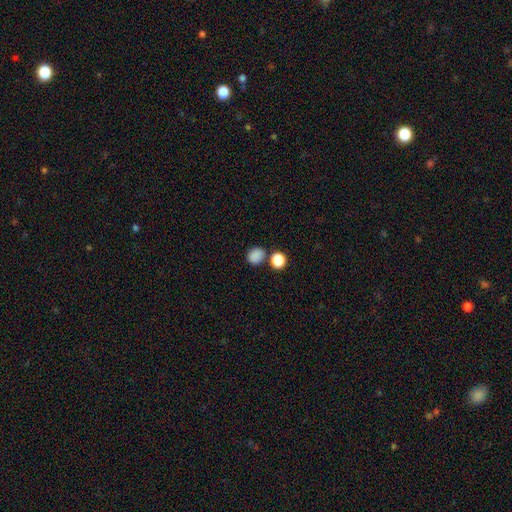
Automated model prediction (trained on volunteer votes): smooth_or_featured: smooth (p=0.85) [alt: star or artifact p=0.11]
how_rounded: round (p=0.66) [alt: in between p=0.33]
merging: none (p=0.72) [alt: merger p=0.14]